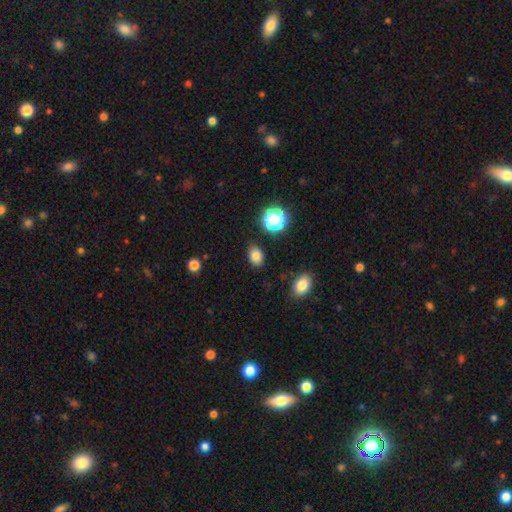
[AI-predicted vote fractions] Morphology: type=smooth (82%); roundness=in between (70%); merging=none (86%).